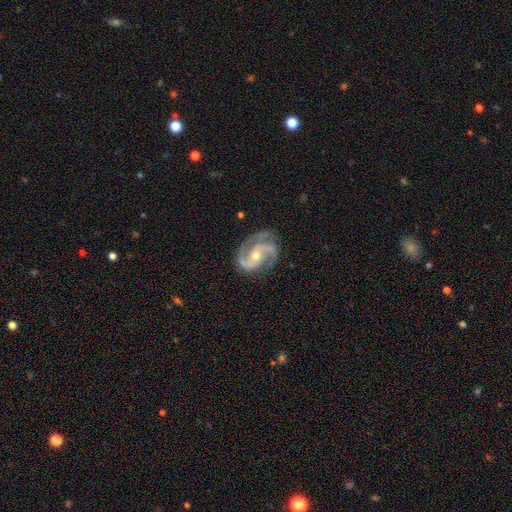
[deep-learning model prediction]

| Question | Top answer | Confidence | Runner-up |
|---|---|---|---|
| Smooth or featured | featured or disk | 92% | star or artifact (4%) |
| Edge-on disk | no | 98% | yes (2%) |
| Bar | no | 51% | weak (33%) |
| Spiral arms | yes | 98% | no (2%) |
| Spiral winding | medium | 58% | tight (28%) |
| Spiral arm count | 2 | 80% | 3 (12%) |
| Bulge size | moderate | 56% | small (40%) |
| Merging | none | 75% | minor disturbance (17%) |